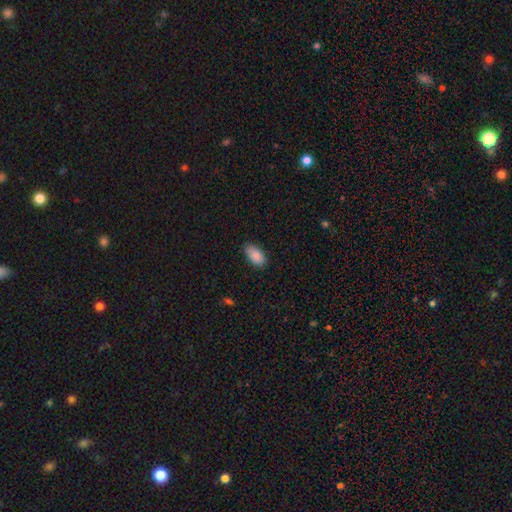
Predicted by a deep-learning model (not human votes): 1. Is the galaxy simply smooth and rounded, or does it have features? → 87% smooth, 7% star or artifact, 6% featured or disk.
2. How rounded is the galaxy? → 94% in between, 4% round, 3% cigar-shaped.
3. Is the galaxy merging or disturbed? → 83% none, 14% minor disturbance, 2% major disturbance, 1% merger.